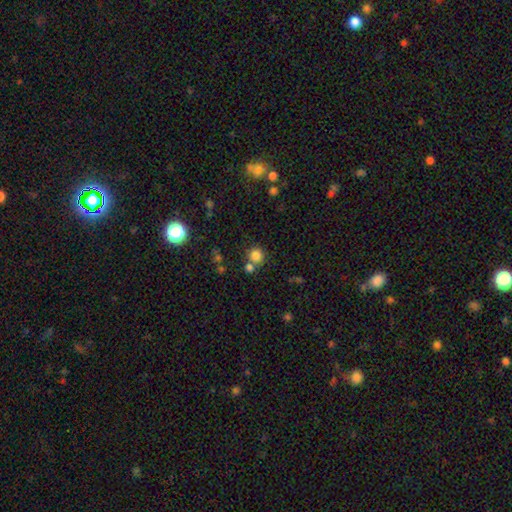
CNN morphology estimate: This appears to be a smooth galaxy with no disk features (81%) that is round (90%). Merging: none (65%).